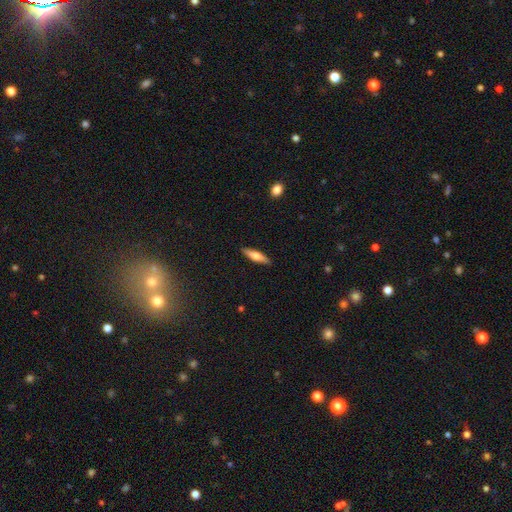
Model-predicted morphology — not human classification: Overall: smooth (61%; featured or disk 33%). How rounded: cigar-shaped (74%). Merging: none (90%).